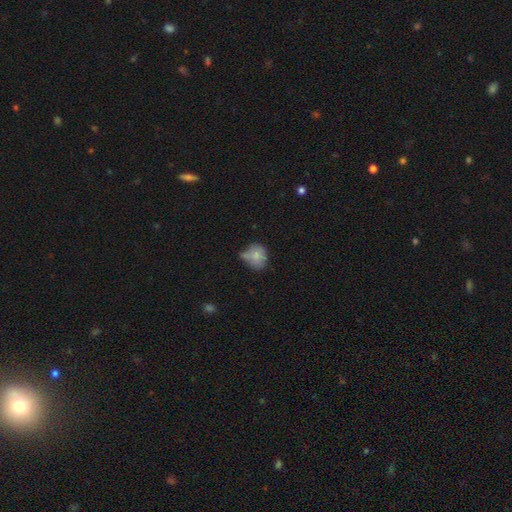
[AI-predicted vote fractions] This is likely a smooth galaxy (76%). How rounded: likely round (69%). Merging: marginally none (43%).